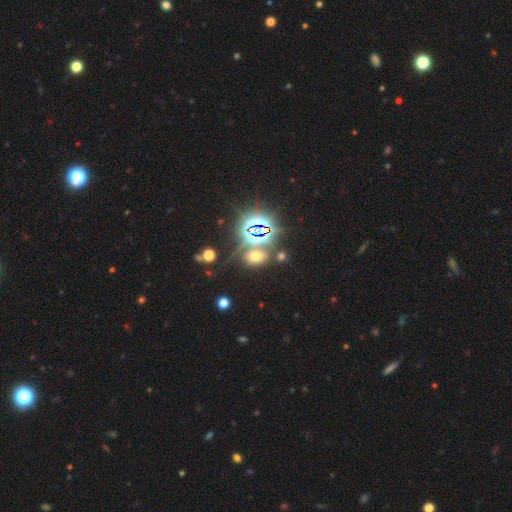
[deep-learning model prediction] A smooth galaxy with no disk features (47%). Merging: none (68%).